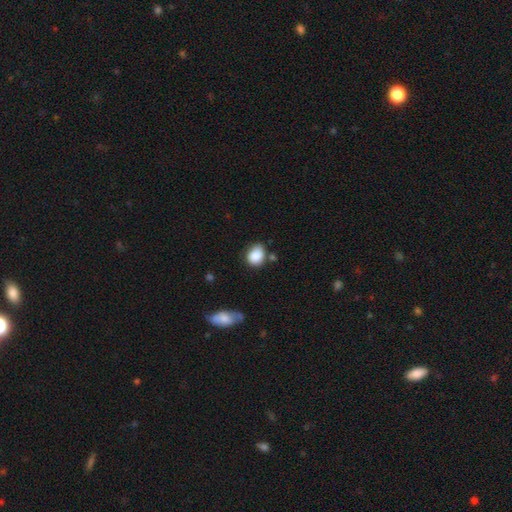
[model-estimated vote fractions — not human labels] A smooth galaxy with no disk features (86%) that is in between round and cigar-shaped (54%). Merging: none (61%).